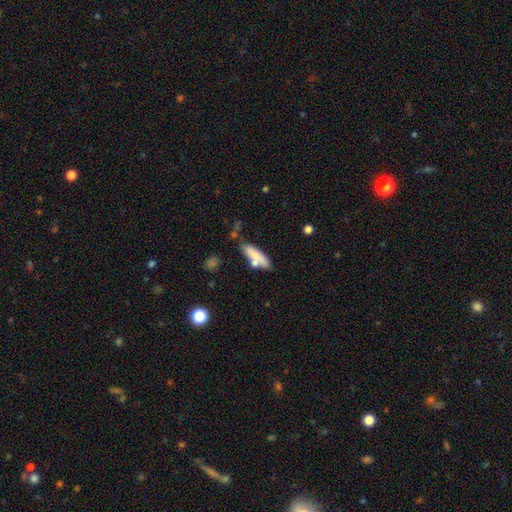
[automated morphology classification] Smooth or featured? smooth (74%)
How rounded? cigar-shaped (54%)
Merging? none (58%)